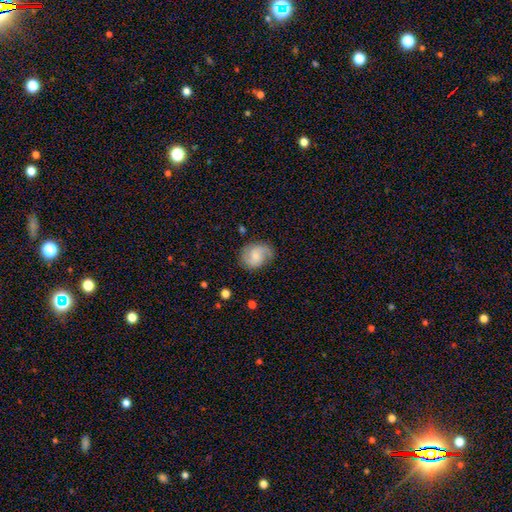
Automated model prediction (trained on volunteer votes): smooth-or-featured: featured or disk: 57% | smooth: 35% | star or artifact: 7%
  disk-edge-on: no: 98% | yes: 2%
    bar: no: 54% | weak: 40% | strong: 6%
    has-spiral-arms: yes: 92% | no: 8%
      spiral-winding: medium: 45% | loose: 32% | tight: 22%
      spiral-arm-count: 2: 78% | can't tell: 9% | 1: 8% | 3: 3% | 4: 1% | more than 4: 1%
    bulge-size: small: 45% | moderate: 35% | none: 13% | large: 5% | dominant: 1%
  merging: none: 73% | minor disturbance: 18% | major disturbance: 7% | merger: 1%